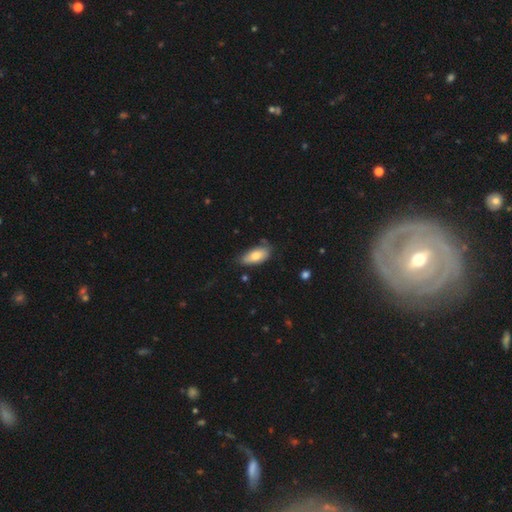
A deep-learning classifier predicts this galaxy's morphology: Smooth or featured? Predicted: smooth (p=0.77). How rounded? Predicted: in between (p=0.89). Merging? Predicted: none (p=0.61).